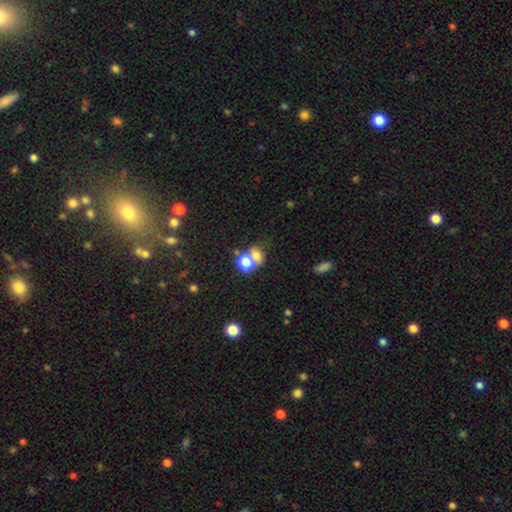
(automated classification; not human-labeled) Smooth or featured? smooth (70%)
How rounded? round (58%)
Merging? merger (56%)